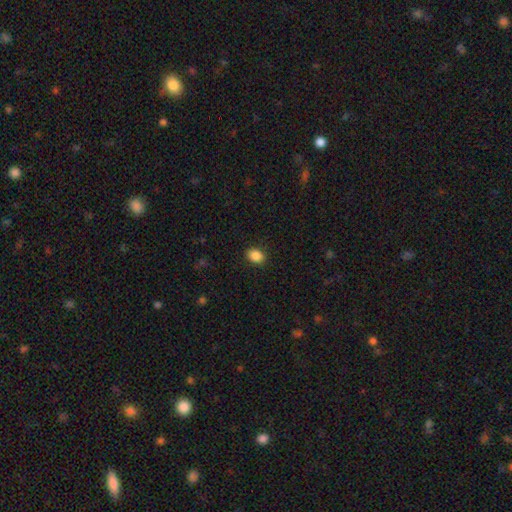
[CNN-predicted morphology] Overall: smooth (88%). How rounded: in between (63%; round 36%). Merging: none (90%).